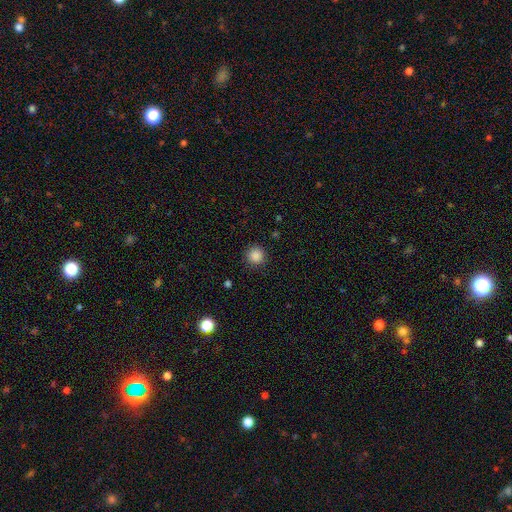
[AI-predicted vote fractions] Smooth or featured? smooth (87%)
How rounded? round (95%)
Merging? none (89%)